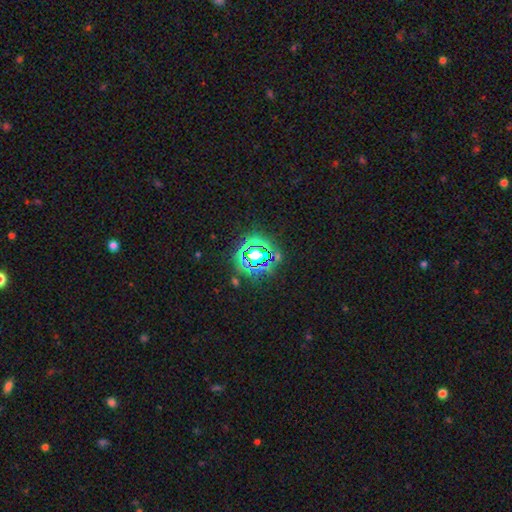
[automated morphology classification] Q: Smooth or featured?
A: star or artifact (66%); runner-up: smooth (22%)